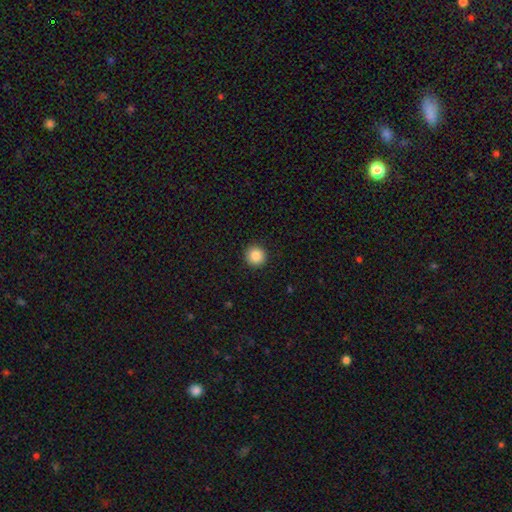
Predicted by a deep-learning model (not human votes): This appears to be a smooth galaxy with no disk features (86%) that is round (95%). Merging: none (93%).